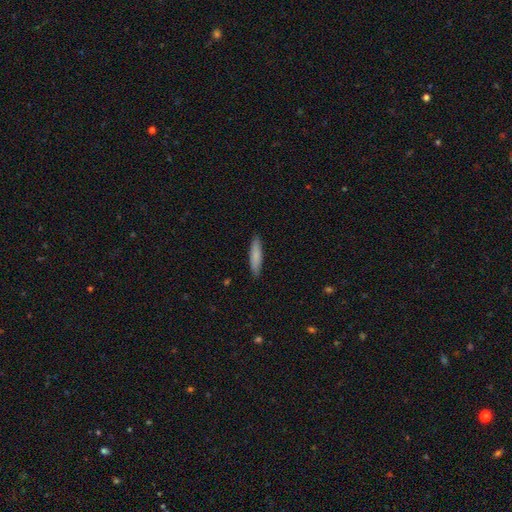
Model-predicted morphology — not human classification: Smooth or featured? smooth (82%)
How rounded? cigar-shaped (80%)
Merging? none (89%)